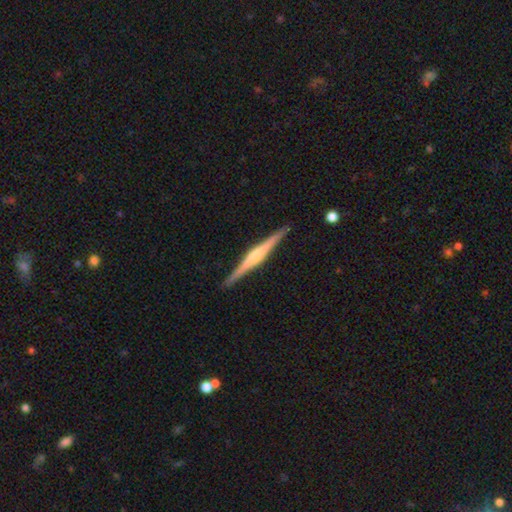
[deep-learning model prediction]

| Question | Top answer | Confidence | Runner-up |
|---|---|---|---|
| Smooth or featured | featured or disk | 77% | smooth (18%) |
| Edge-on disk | yes | 98% | no (2%) |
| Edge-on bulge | rounded | 70% | boxy (18%) |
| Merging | none | 91% | minor disturbance (6%) |